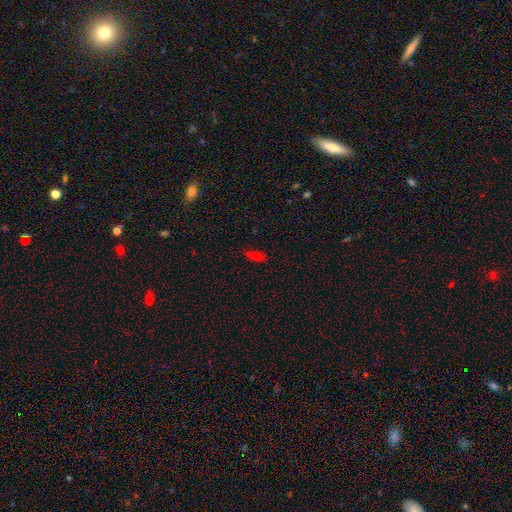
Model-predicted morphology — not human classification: smooth_or_featured: smooth (p=0.76) [alt: star or artifact p=0.18]
how_rounded: in between (p=0.65) [alt: cigar-shaped p=0.31]
merging: none (p=0.80) [alt: minor disturbance p=0.14]